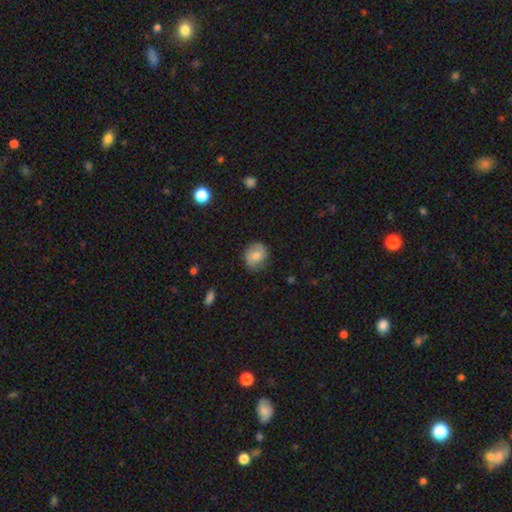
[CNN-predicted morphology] Overall: smooth (67%). How rounded: round (68%; in between 31%). Merging: none (79%).